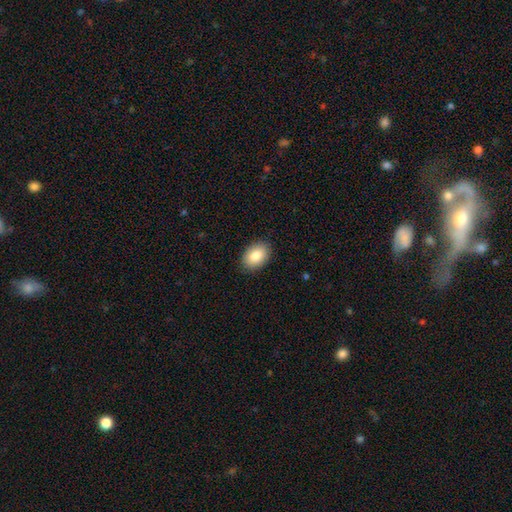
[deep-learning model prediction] smooth_or_featured: smooth (p=0.87) [alt: featured or disk p=0.07]
how_rounded: in between (p=0.86) [alt: round p=0.13]
merging: none (p=0.89) [alt: minor disturbance p=0.08]